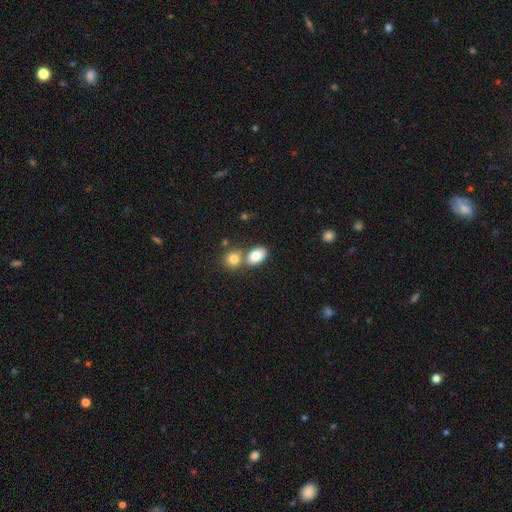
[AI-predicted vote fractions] Smooth or featured?
  - smooth: 79% *
  - featured or disk: 13%
  - star or artifact: 8%
How rounded?
  - in between: 83% *
  - round: 16%
  - cigar-shaped: 2%
Merging?
  - none: 50% *
  - merger: 37%
  - minor disturbance: 10%
  - major disturbance: 3%